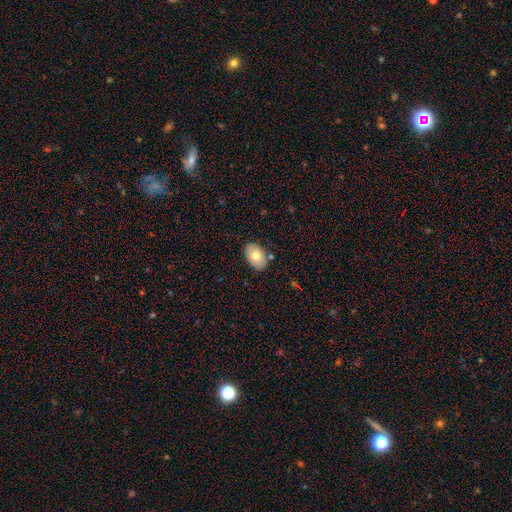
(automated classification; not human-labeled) The model was most divided on "smooth or featured": smooth: 73%, featured or disk: 21%, star or artifact: 7%. More confident: how rounded — in between (88%); merging — none (84%).